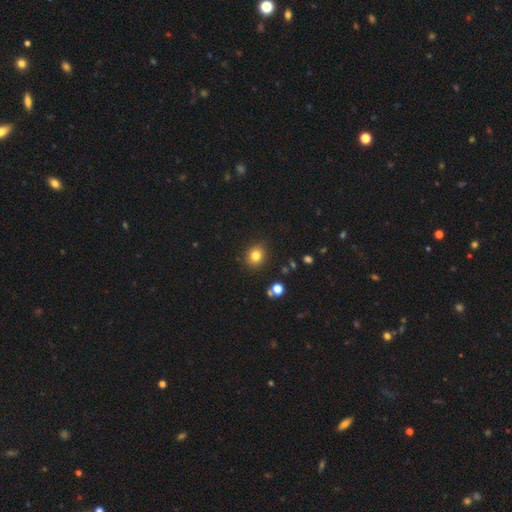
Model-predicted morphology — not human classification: type=smooth (81%); roundness=round (76%); merging=none (89%).